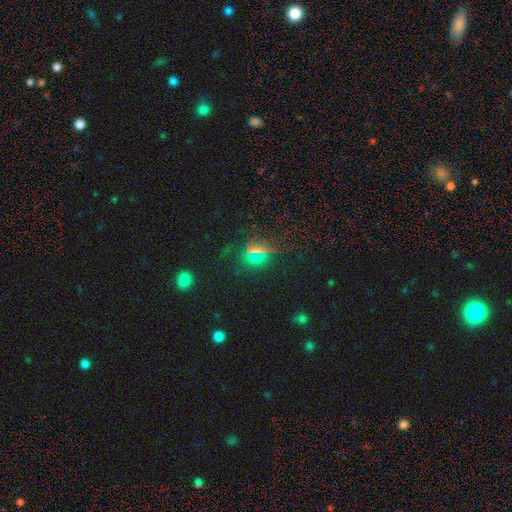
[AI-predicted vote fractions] Smooth or featured? star or artifact (48%)